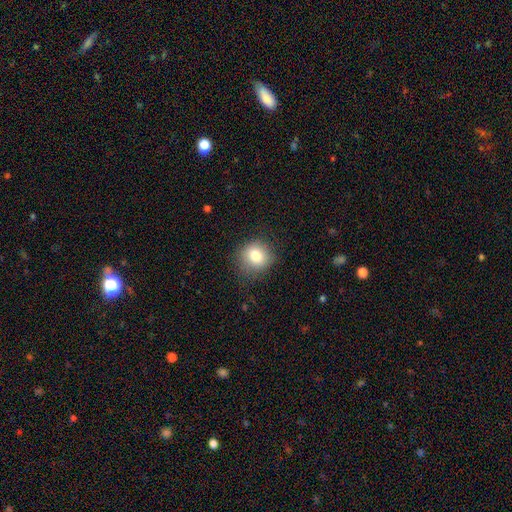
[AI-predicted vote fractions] Smooth or featured: smooth — 80% (star or artifact — 10%)
How rounded: round — 84% (in between — 15%)
Merging: none — 81% (minor disturbance — 14%)